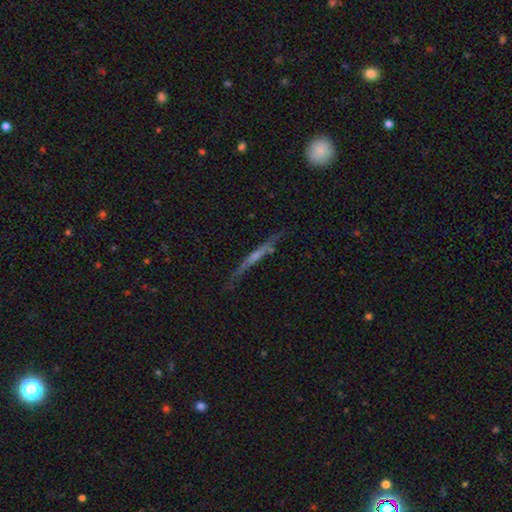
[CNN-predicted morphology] A featured or disk galaxy (63%) viewed edge-on (93%) with no central bulge (60%). Merging: none (75%).